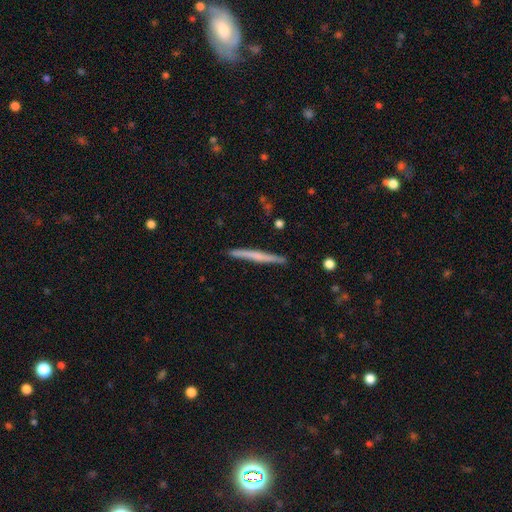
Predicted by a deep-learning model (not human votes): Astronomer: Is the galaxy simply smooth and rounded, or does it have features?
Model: featured or disk — 51% (runner-up: smooth, 43%).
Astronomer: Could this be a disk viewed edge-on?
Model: yes — 97%.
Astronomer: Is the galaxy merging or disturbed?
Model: none — 90%.